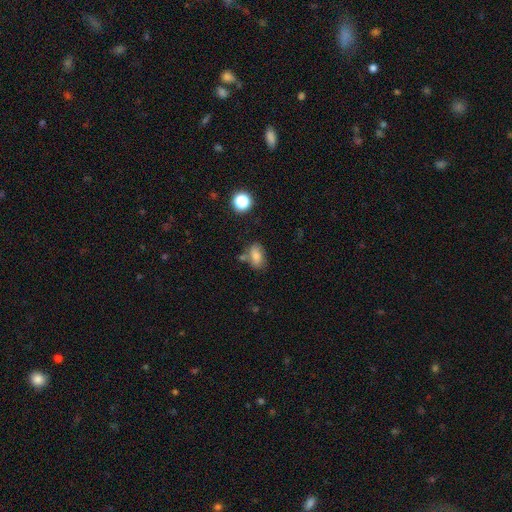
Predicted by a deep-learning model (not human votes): Smooth or featured?
  - smooth: 77% *
  - featured or disk: 12%
  - star or artifact: 11%
How rounded?
  - in between: 86% *
  - round: 11%
  - cigar-shaped: 3%
Merging?
  - none: 60% *
  - minor disturbance: 21%
  - merger: 13%
  - major disturbance: 6%